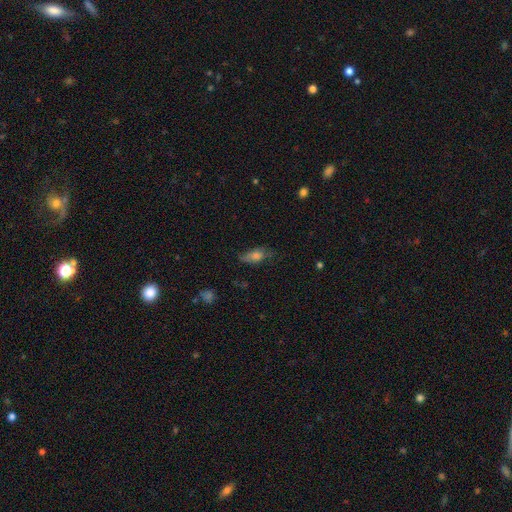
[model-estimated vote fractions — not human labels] smooth 67%, featured or disk 22%, star or artifact 12%. Down the decision tree: how rounded — in between (75%); merging — none (56%).